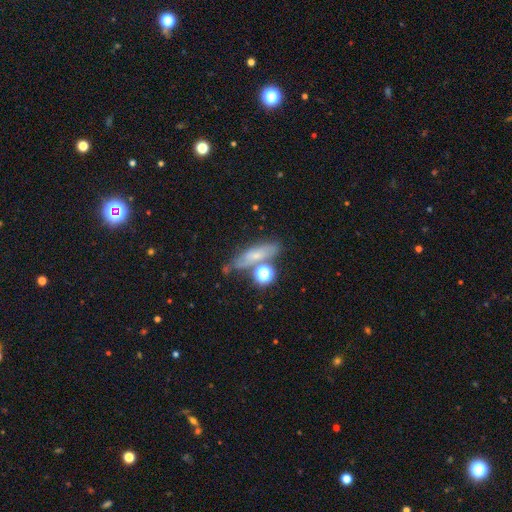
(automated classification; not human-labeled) Smooth or featured: smooth — 54% (featured or disk — 30%)
How rounded: cigar-shaped — 44% (in between — 39%)
Merging: none — 57% (minor disturbance — 19%)